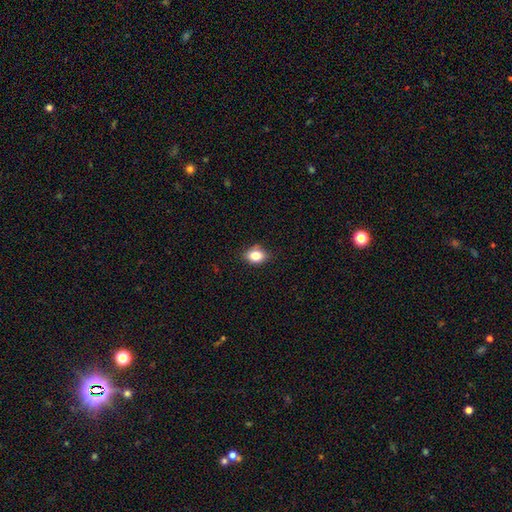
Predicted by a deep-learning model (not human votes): smooth_or_featured: smooth (p=0.81) [alt: star or artifact p=0.10]
how_rounded: in between (p=0.61) [alt: round p=0.38]
merging: none (p=0.79) [alt: minor disturbance p=0.17]